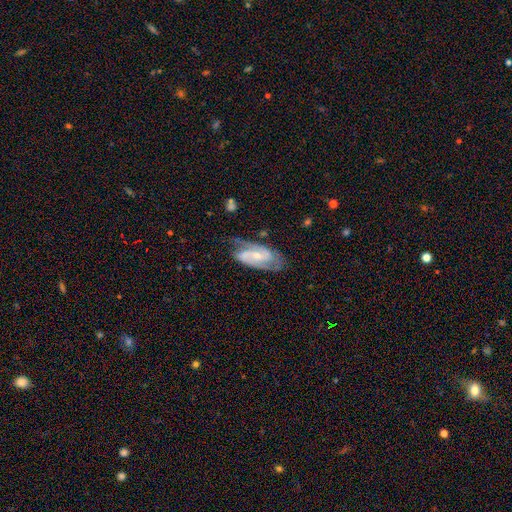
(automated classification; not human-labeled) Smooth or featured?
  - featured or disk: 86% *
  - smooth: 9%
  - star or artifact: 5%
Edge-on disk?
  - no: 96% *
  - yes: 4%
Bar?
  - weak: 43% *
  - no: 29%
  - strong: 28%
Spiral arms?
  - yes: 96% *
  - no: 4%
Spiral winding?
  - medium: 50% *
  - tight: 36%
  - loose: 15%
Spiral arm count?
  - 2: 88% *
  - can't tell: 6%
  - 3: 3%
  - 1: 2%
  - 4: 1%
  - more than 4: 1%
Bulge size?
  - small: 57% *
  - moderate: 37%
  - none: 4%
  - large: 2%
  - dominant: 1%
Merging?
  - none: 73% *
  - minor disturbance: 19%
  - major disturbance: 6%
  - merger: 2%